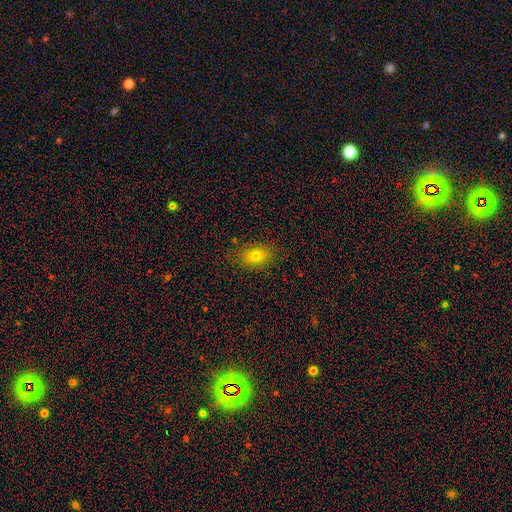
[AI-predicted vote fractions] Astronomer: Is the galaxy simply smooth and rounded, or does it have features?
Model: smooth — 76%.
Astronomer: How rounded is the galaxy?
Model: in between — 79%.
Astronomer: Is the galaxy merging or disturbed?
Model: none — 83%.